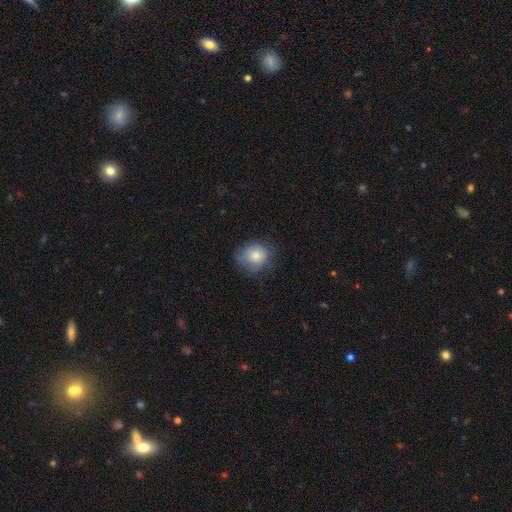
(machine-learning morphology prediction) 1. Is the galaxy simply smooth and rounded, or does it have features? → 78% smooth, 13% featured or disk, 8% star or artifact.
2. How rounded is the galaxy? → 79% round, 20% in between, 1% cigar-shaped.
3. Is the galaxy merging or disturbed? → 68% none, 23% minor disturbance, 8% major disturbance, 1% merger.